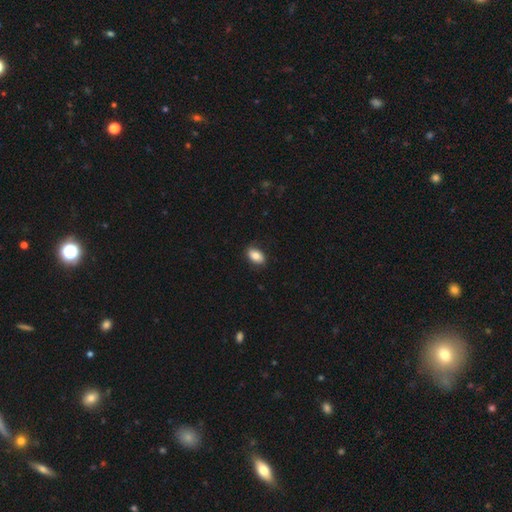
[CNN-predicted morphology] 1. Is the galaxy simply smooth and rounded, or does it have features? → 81% smooth, 12% featured or disk, 7% star or artifact.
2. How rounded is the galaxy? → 91% in between, 8% round, 2% cigar-shaped.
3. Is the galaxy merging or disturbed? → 83% none, 13% minor disturbance, 3% major disturbance, 1% merger.